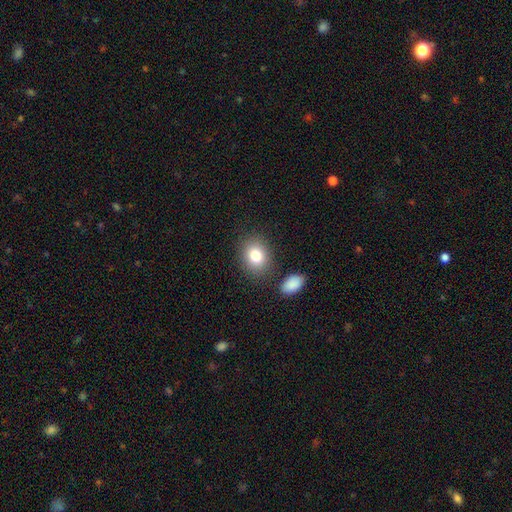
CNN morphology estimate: A smooth galaxy with no disk features (80%) that is round (54%).

Vote fractions:
- Smooth or featured? smooth: 80% / star or artifact: 10% / featured or disk: 10%
- How rounded? round: 54% / in between: 45% / cigar-shaped: 1%
- Merging? none: 81% / minor disturbance: 10% / merger: 5% / major disturbance: 3%